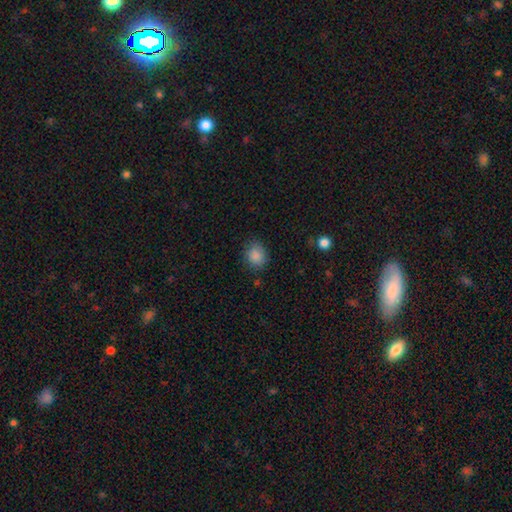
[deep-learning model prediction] Overall: smooth (87%). How rounded: round (63%; in between 36%). Merging: none (79%).